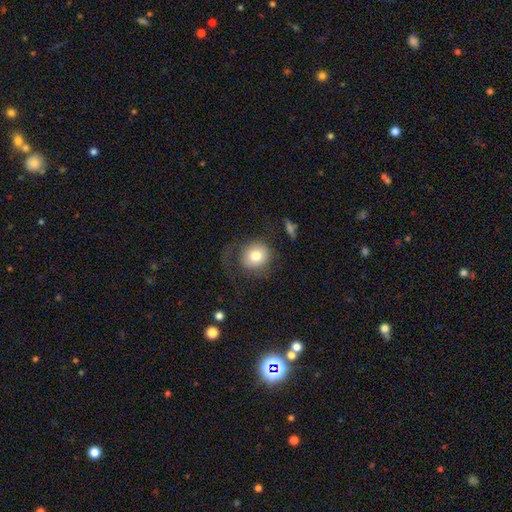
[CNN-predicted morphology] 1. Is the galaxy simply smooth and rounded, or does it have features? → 75% smooth, 17% featured or disk, 9% star or artifact.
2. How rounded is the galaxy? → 84% round, 15% in between, 1% cigar-shaped.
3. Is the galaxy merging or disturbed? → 54% none, 26% major disturbance, 17% minor disturbance, 3% merger.